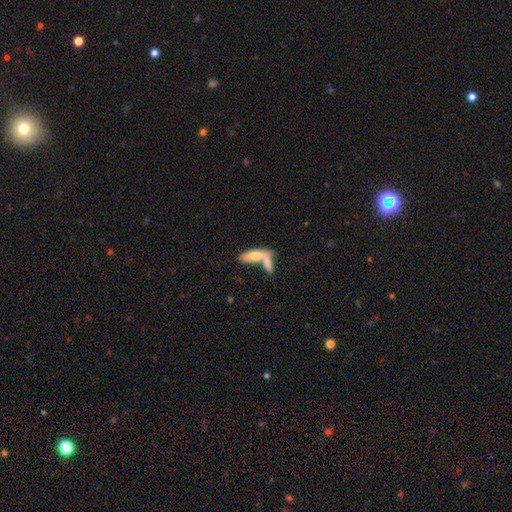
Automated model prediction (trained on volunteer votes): The model was most divided on "how rounded": in between: 64%, cigar-shaped: 33%, round: 3%. More confident: smooth or featured — smooth (71%); merging — merger (60%).